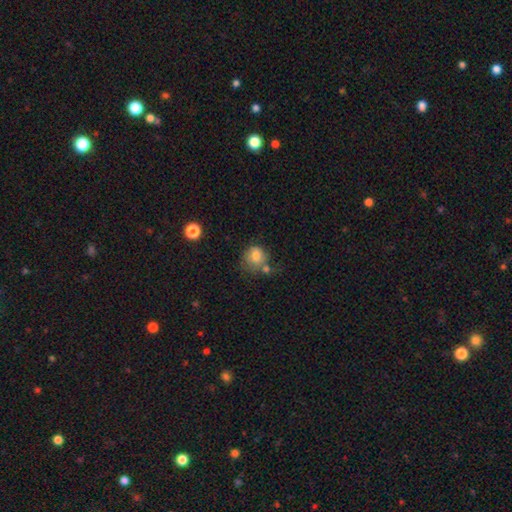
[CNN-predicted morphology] smooth_or_featured: smooth (p=0.77) [alt: featured or disk p=0.13]
how_rounded: round (p=0.72) [alt: in between p=0.27]
merging: none (p=0.45) [alt: minor disturbance p=0.23]